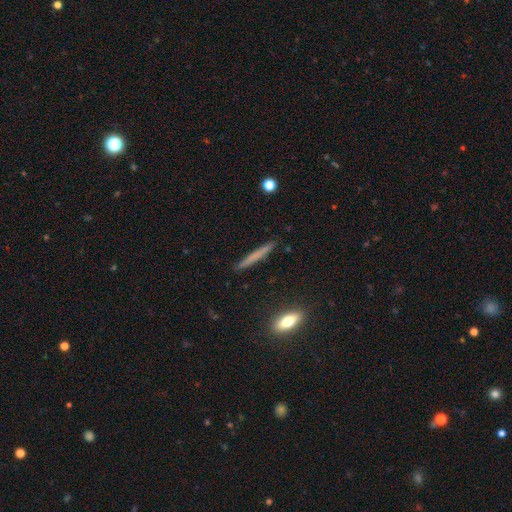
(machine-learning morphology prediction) Smooth or featured? smooth (62%)
How rounded? cigar-shaped (96%)
Merging? none (91%)